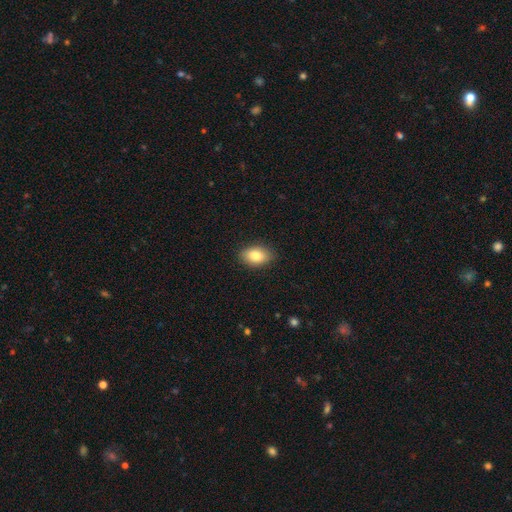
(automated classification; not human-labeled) smooth 83%, featured or disk 9%, star or artifact 8%. Down the decision tree: how rounded — in between (86%); merging — none (87%).